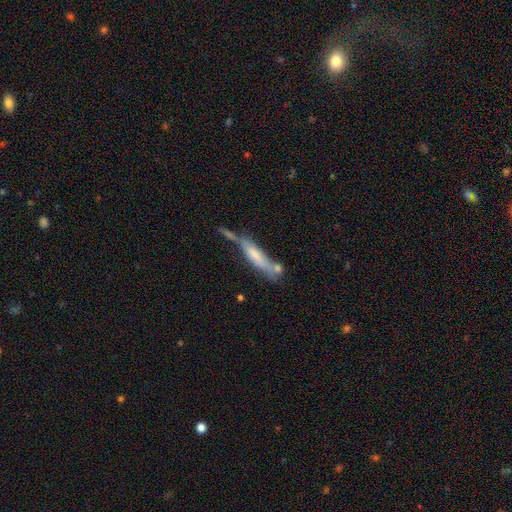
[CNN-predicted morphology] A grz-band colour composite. It shows a smooth galaxy with no disk features (49%). Merging: none (37%).